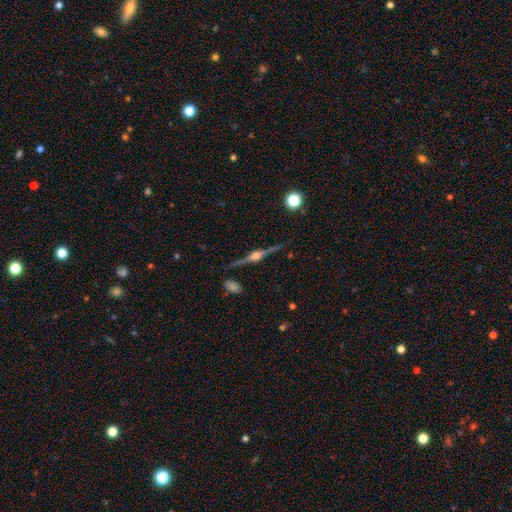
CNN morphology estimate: A featured or disk galaxy (87%) viewed edge-on (98%) with a rounded central bulge (93%). Merging: none (87%).